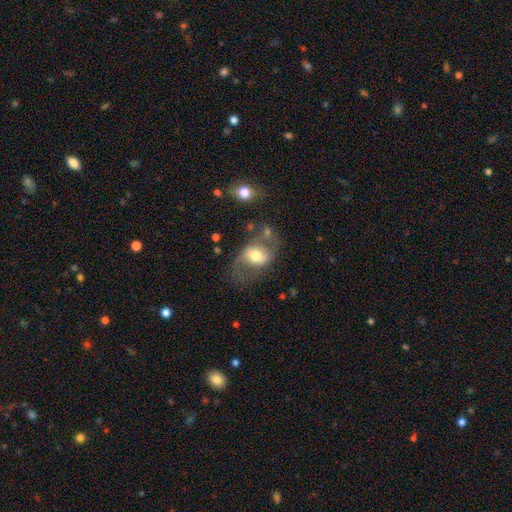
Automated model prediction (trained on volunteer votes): This appears to be a featured or disk galaxy (51%). Merging: none (44%).